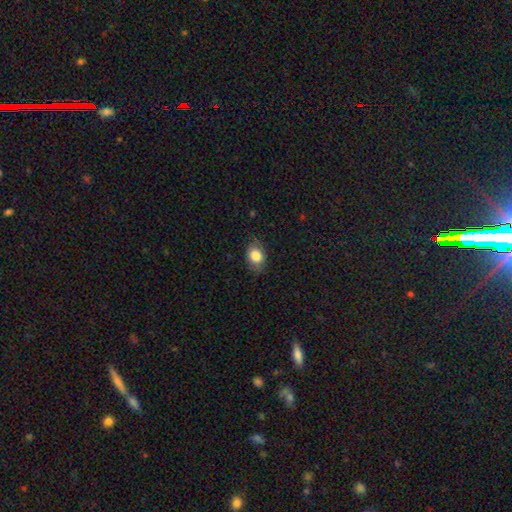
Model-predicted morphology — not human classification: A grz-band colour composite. It shows a smooth galaxy with no disk features (83%) that is in between round and cigar-shaped (63%). Merging: none (78%).